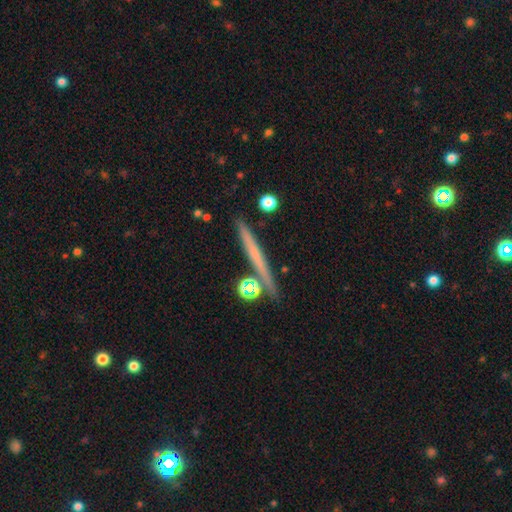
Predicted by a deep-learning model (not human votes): smooth_or_featured: smooth (p=0.47) [alt: featured or disk p=0.45]
merging: none (p=0.82) [alt: minor disturbance p=0.09]